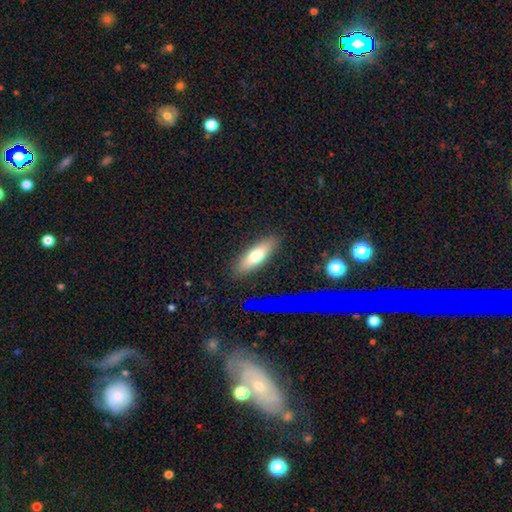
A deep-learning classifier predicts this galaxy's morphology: smooth-or-featured: smooth: 66% | featured or disk: 26% | star or artifact: 9%
  how-rounded: in between: 57% | cigar-shaped: 40% | round: 3%
  merging: none: 87% | minor disturbance: 9% | major disturbance: 2% | merger: 2%